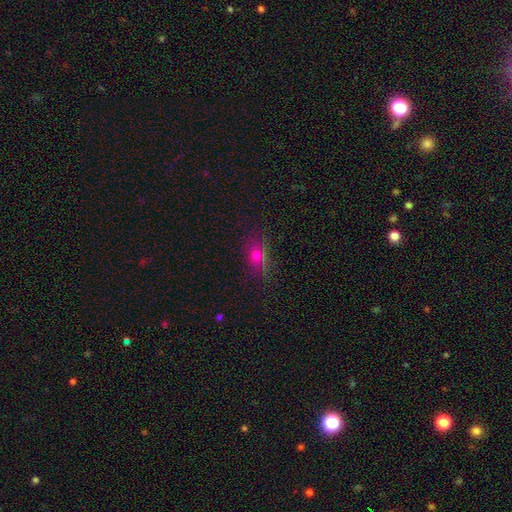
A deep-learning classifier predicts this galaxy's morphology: Overall: smooth (57%; star or artifact 27%). How rounded: in between (63%; round 30%). Merging: none (64%).